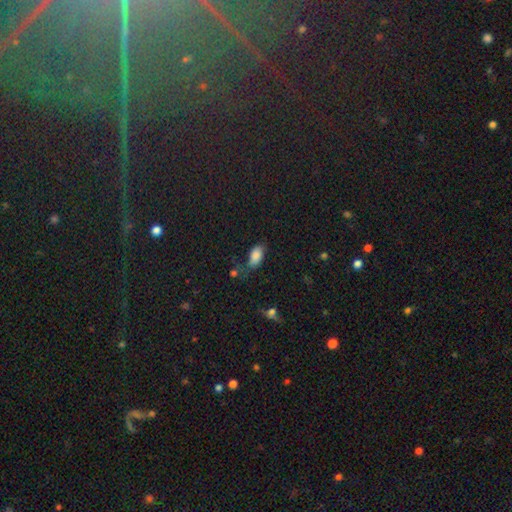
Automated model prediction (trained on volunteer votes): Smooth or featured? smooth (83%)
How rounded? in between (92%)
Merging? none (52%)